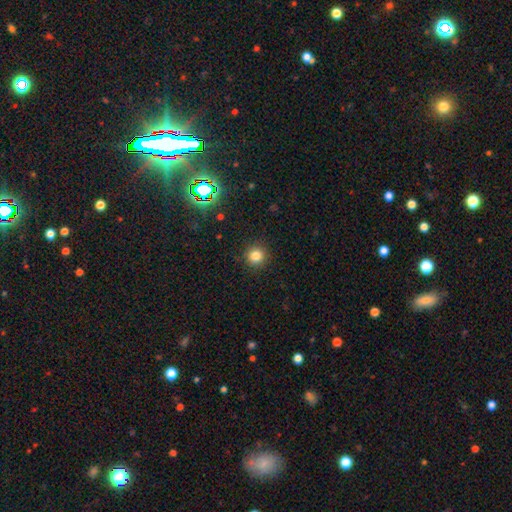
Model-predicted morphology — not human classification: A smooth galaxy with no disk features (82%) that is round (94%). Merging: none (91%).